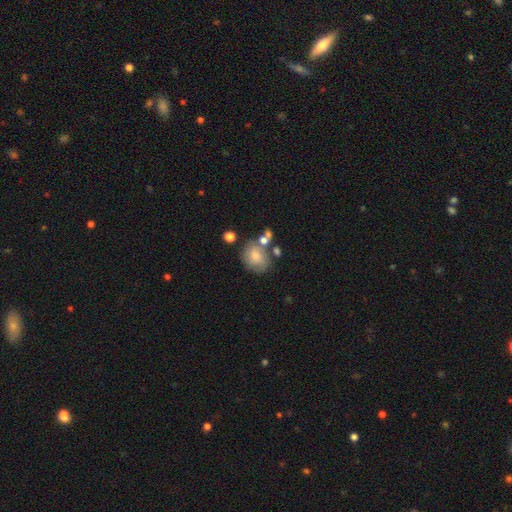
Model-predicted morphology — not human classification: Overall: smooth (66%). How rounded: round (56%; in between 43%). Merging: none (49%; minor disturbance 22%).